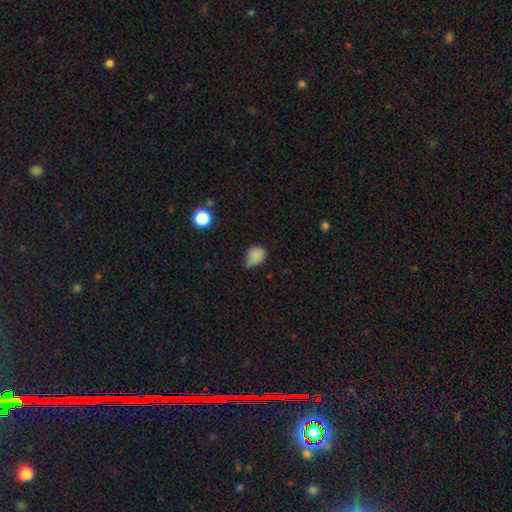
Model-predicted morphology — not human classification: A smooth galaxy with no disk features (82%) that is in between round and cigar-shaped (62%). Merging: minor disturbance (46%).